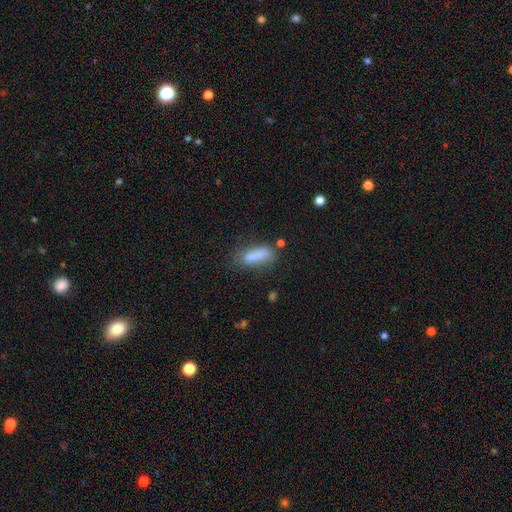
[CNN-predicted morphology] Smooth or featured: smooth — 80% (featured or disk — 10%)
How rounded: in between — 63% (cigar-shaped — 34%)
Merging: none — 54% (minor disturbance — 25%)